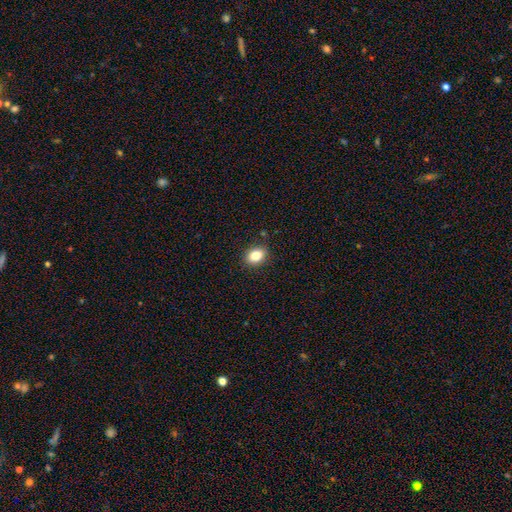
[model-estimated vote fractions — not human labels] smooth 83%, star or artifact 10%, featured or disk 7%. Down the decision tree: how rounded — in between (69%); merging — none (87%).